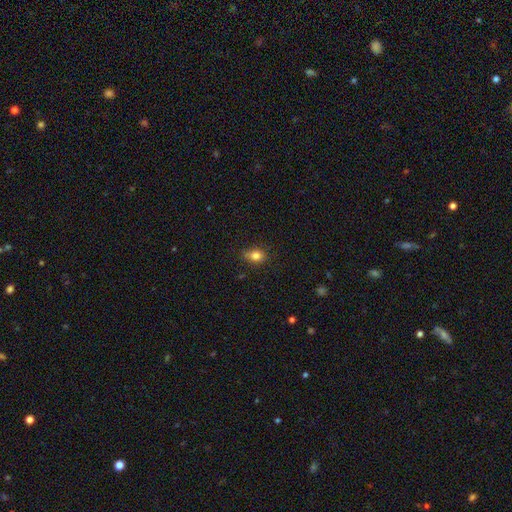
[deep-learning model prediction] Smooth or featured? Predicted: smooth (p=0.82). How rounded? Predicted: in between (p=0.54). Merging? Predicted: none (p=0.68).